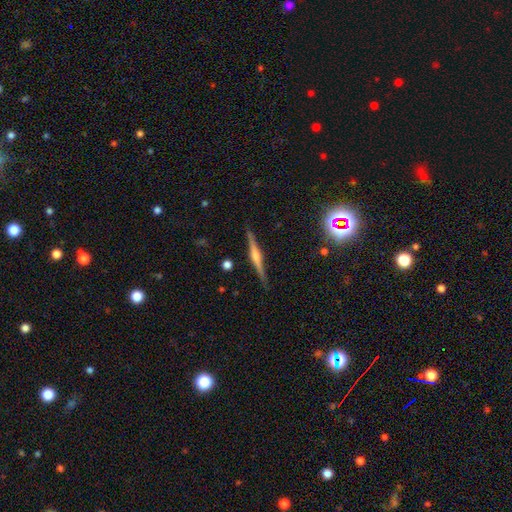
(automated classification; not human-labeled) A featured or disk galaxy (76%) viewed edge-on (98%) with a rounded central bulge (79%).

Vote fractions:
- Smooth or featured? featured or disk: 76% / smooth: 16% / star or artifact: 9%
- Edge-on disk? yes: 98% / no: 2%
- Edge-on bulge? rounded: 79% / boxy: 13% / none: 8%
- Merging? none: 89% / minor disturbance: 8% / major disturbance: 2% / merger: 1%